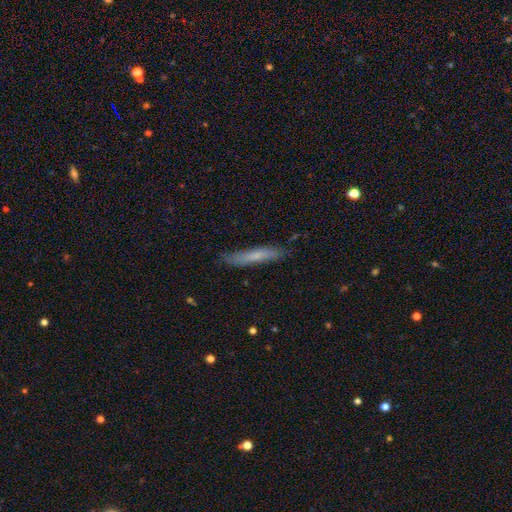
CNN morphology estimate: Overall: smooth (63%; featured or disk 31%). How rounded: cigar-shaped (93%). Merging: none (82%).